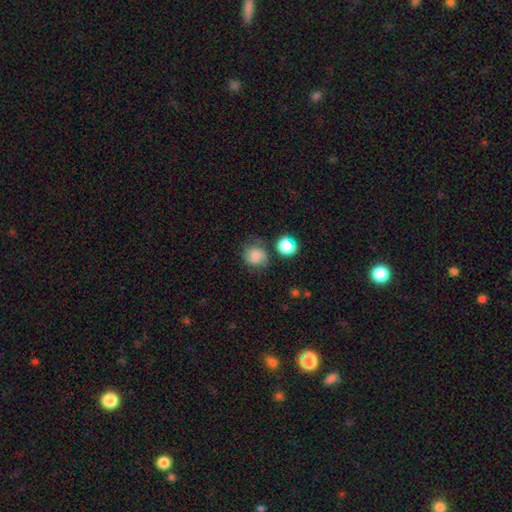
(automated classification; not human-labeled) Smooth or featured?
  - smooth: 78% *
  - featured or disk: 11%
  - star or artifact: 11%
How rounded?
  - round: 83% *
  - in between: 16%
  - cigar-shaped: 1%
Merging?
  - none: 63% *
  - minor disturbance: 22%
  - major disturbance: 8%
  - merger: 7%